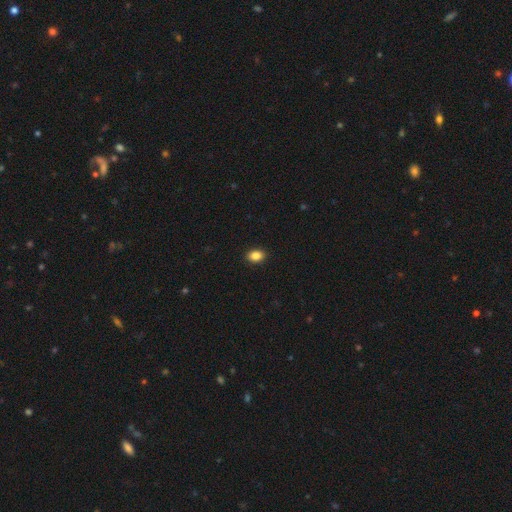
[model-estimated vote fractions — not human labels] smooth 87%, star or artifact 9%, featured or disk 4%. Down the decision tree: how rounded — in between (77%); merging — none (91%).